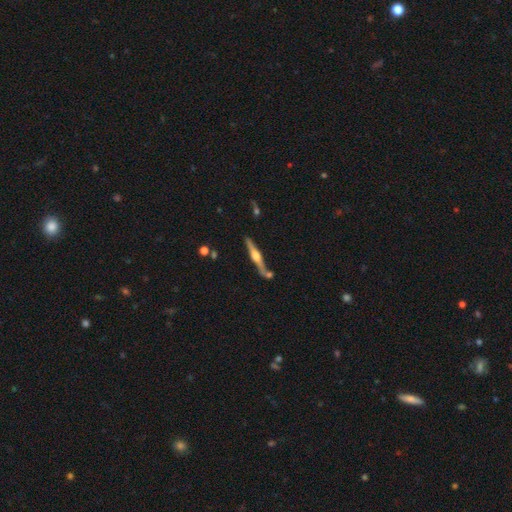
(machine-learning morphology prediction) This is likely a featured or disk galaxy (79%). It is clearly viewed edge-on (98%). Edge-on bulge: clearly rounded (92%). Merging: likely none (75%).